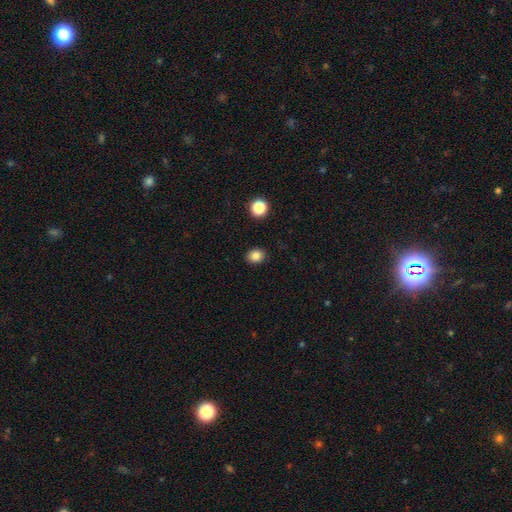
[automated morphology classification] Q: Smooth or featured?
A: smooth (84%); runner-up: star or artifact (11%)
Q: How rounded?
A: round (59%); runner-up: in between (40%)
Q: Merging?
A: none (90%); runner-up: minor disturbance (7%)